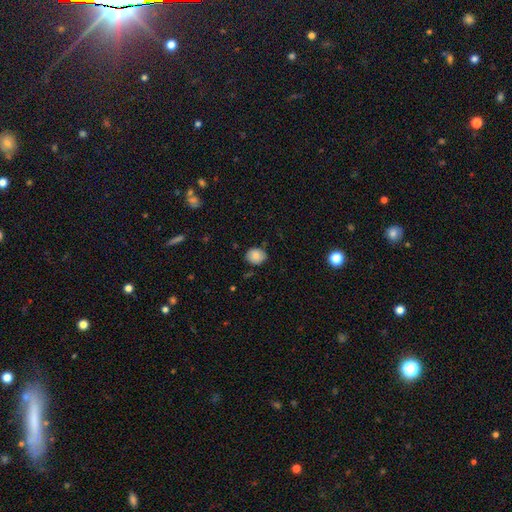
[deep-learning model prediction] Q: Smooth or featured?
A: smooth (80%); runner-up: featured or disk (12%)
Q: How rounded?
A: round (59%); runner-up: in between (40%)
Q: Merging?
A: none (79%); runner-up: minor disturbance (17%)